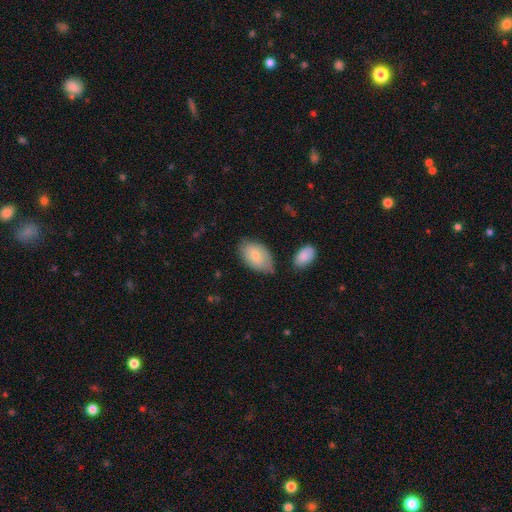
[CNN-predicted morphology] smooth 71%, featured or disk 23%, star or artifact 6%. Down the decision tree: how rounded — in between (92%); merging — none (63%).